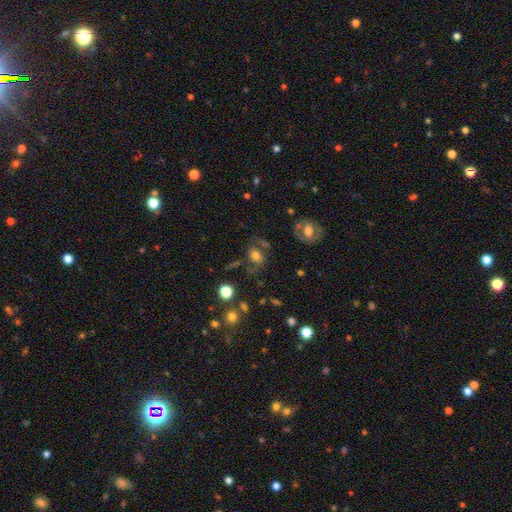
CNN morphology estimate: Smooth or featured: smooth — 61% (featured or disk — 26%)
How rounded: in between — 56% (round — 42%)
Merging: none — 57% (minor disturbance — 19%)